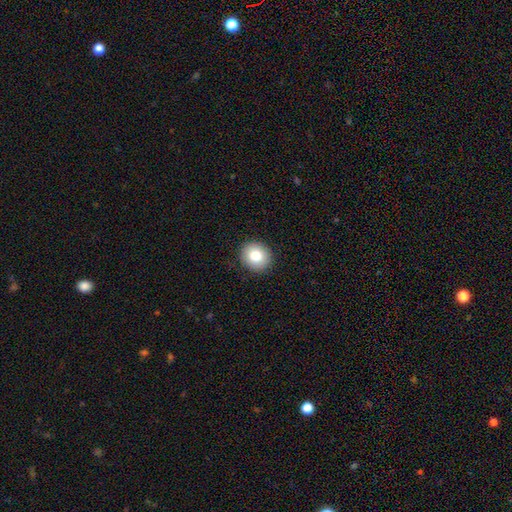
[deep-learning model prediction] Smooth or featured: smooth — 84% (star or artifact — 8%)
How rounded: round — 83% (in between — 16%)
Merging: none — 90% (minor disturbance — 7%)